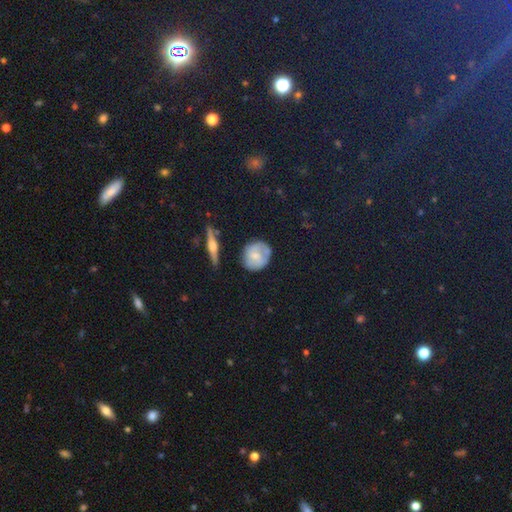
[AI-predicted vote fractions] A smooth galaxy with no disk features (50%) that is round (77%). Merging: none (66%).